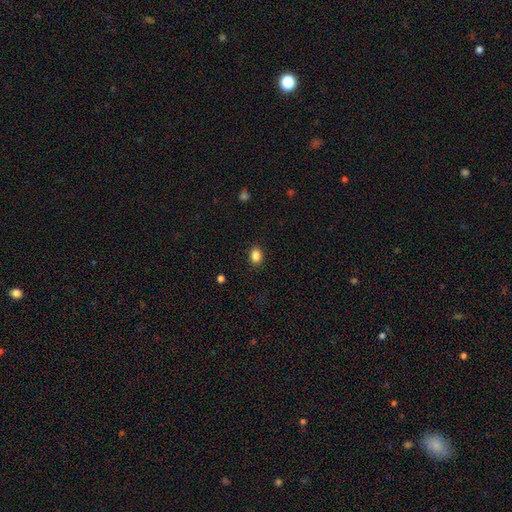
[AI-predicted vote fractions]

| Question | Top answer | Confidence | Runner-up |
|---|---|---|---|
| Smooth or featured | smooth | 86% | star or artifact (10%) |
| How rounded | in between | 62% | round (37%) |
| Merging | none | 89% | minor disturbance (8%) |